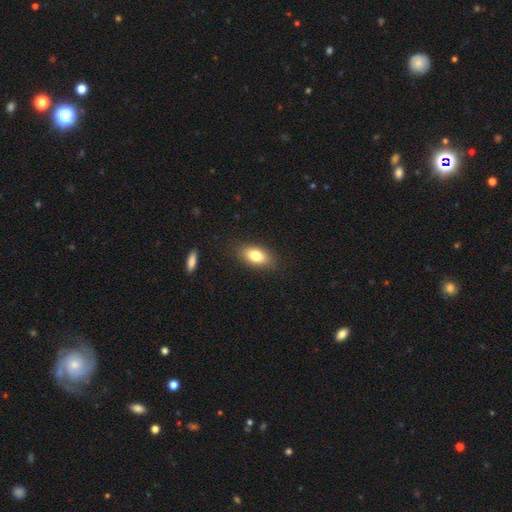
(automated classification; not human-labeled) This appears to be a smooth galaxy with no disk features (80%) that is in between round and cigar-shaped (87%). Merging: none (86%).